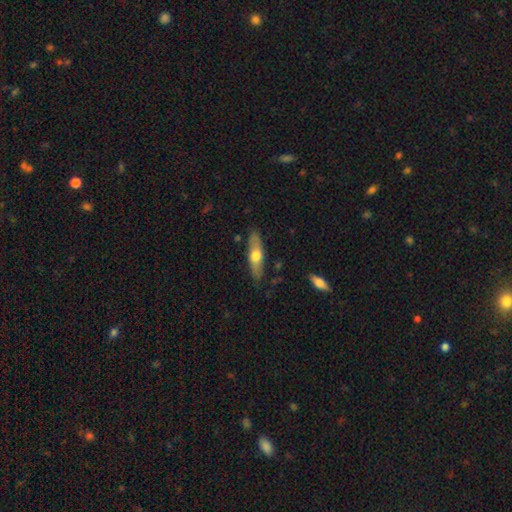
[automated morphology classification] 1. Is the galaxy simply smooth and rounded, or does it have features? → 54% smooth, 41% featured or disk, 5% star or artifact.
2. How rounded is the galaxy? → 60% cigar-shaped, 38% in between, 2% round.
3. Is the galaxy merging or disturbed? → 82% none, 13% minor disturbance, 3% major disturbance, 2% merger.